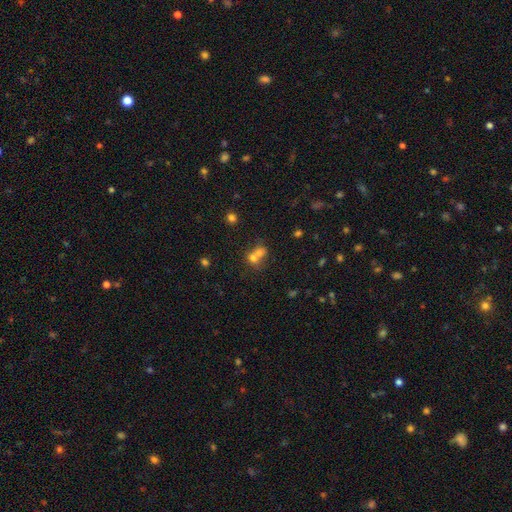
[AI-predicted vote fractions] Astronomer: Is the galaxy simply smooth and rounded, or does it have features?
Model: smooth — 65%.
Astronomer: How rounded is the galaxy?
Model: round — 66%.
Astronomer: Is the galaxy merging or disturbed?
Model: merger — 64%.